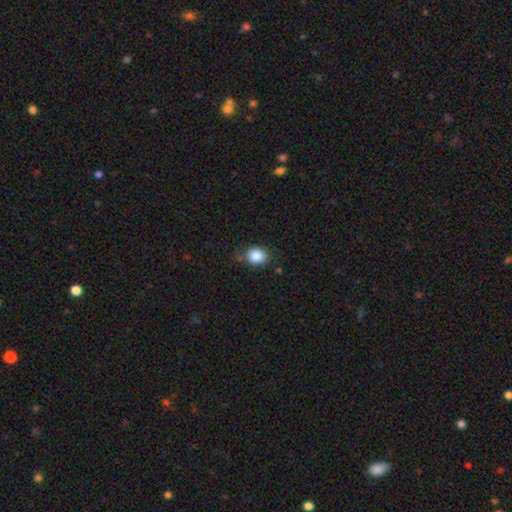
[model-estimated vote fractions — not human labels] smooth 85%, star or artifact 9%, featured or disk 6%. Down the decision tree: how rounded — round (59%); merging — none (67%).